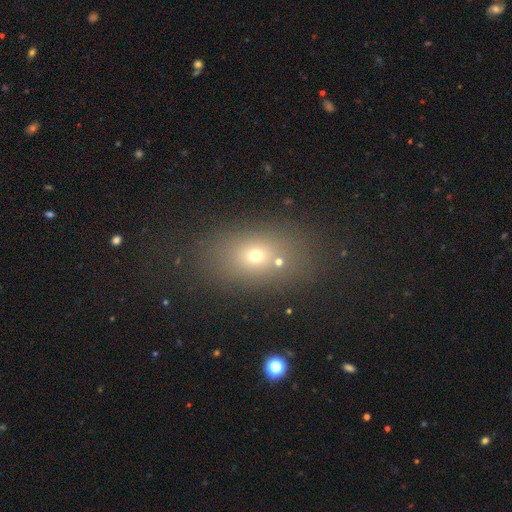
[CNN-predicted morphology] type=smooth (62%); roundness=in between (69%); merging=none (73%).